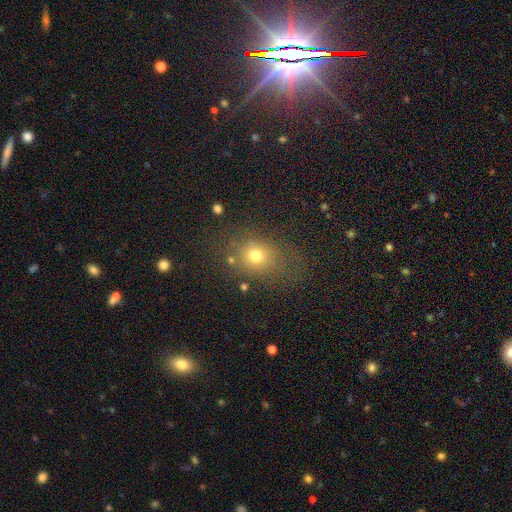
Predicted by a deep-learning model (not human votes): smooth_or_featured: smooth (p=0.72) [alt: star or artifact p=0.17]
how_rounded: round (p=0.60) [alt: in between p=0.39]
merging: none (p=0.69) [alt: minor disturbance p=0.16]